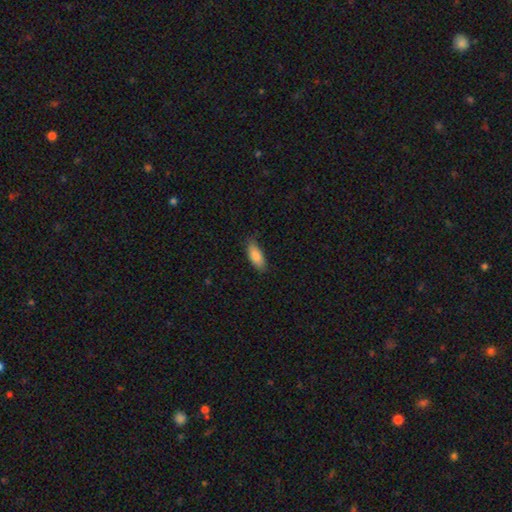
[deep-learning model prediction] Smooth or featured? Predicted: smooth (p=0.85). How rounded? Predicted: in between (p=0.78). Merging? Predicted: none (p=0.77).